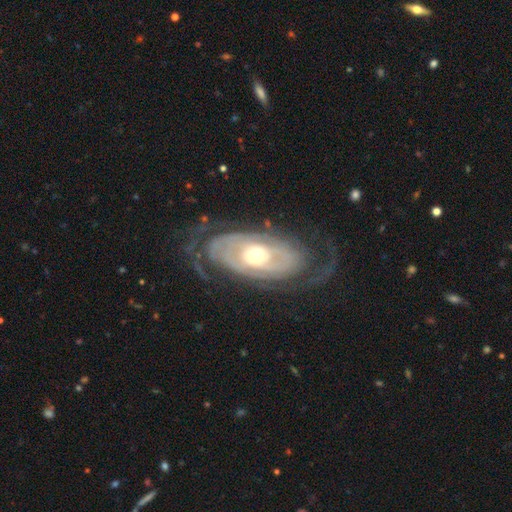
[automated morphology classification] Smooth or featured? Predicted: featured or disk (p=0.84). Edge-on disk? Predicted: no (p=0.92). Bar? Predicted: no (p=0.74). Spiral arms? Predicted: yes (p=0.83). Spiral winding? Predicted: tight (p=0.59). Spiral arm count? Predicted: 2 (p=0.41). Bulge size? Predicted: moderate (p=0.72). Merging? Predicted: none (p=0.66).